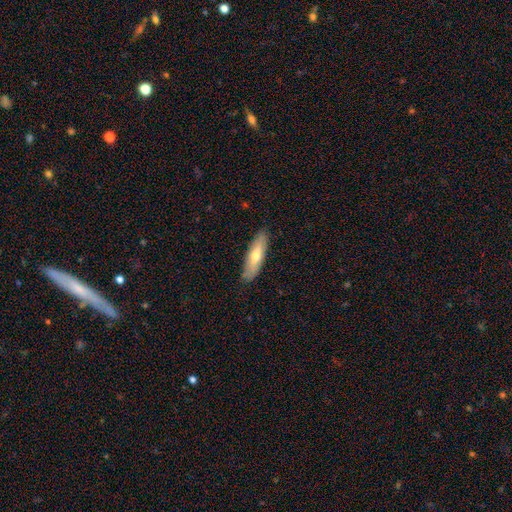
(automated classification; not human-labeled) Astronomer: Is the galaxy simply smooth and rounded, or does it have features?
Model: smooth — 62%.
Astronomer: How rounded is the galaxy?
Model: cigar-shaped — 57% (runner-up: in between, 41%).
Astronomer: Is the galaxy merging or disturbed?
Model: none — 85%.